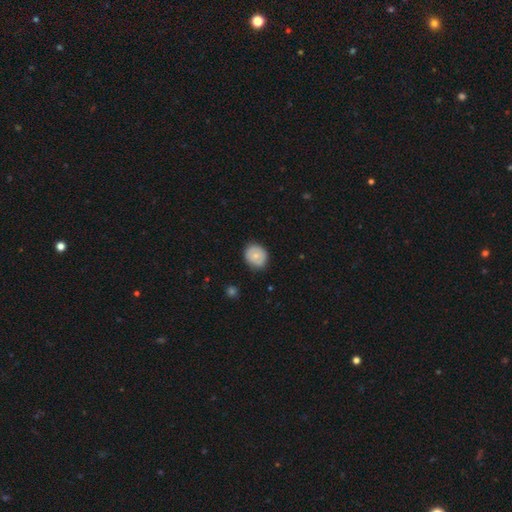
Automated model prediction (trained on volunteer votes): A smooth galaxy with no disk features (65%) that is round (68%).

Vote fractions:
- Smooth or featured? smooth: 65% / featured or disk: 28% / star or artifact: 7%
- How rounded? round: 68% / in between: 31% / cigar-shaped: 1%
- Merging? none: 81% / minor disturbance: 15% / major disturbance: 3% / merger: 1%